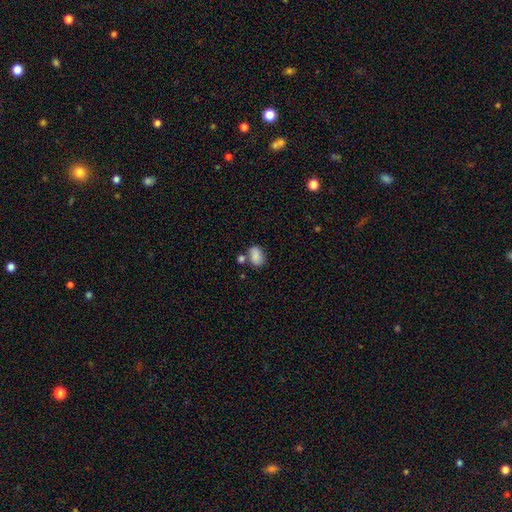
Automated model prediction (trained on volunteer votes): Smooth or featured?
  - smooth: 85% *
  - star or artifact: 8%
  - featured or disk: 7%
How rounded?
  - in between: 81% *
  - round: 18%
  - cigar-shaped: 1%
Merging?
  - none: 57% *
  - merger: 22%
  - minor disturbance: 16%
  - major disturbance: 5%